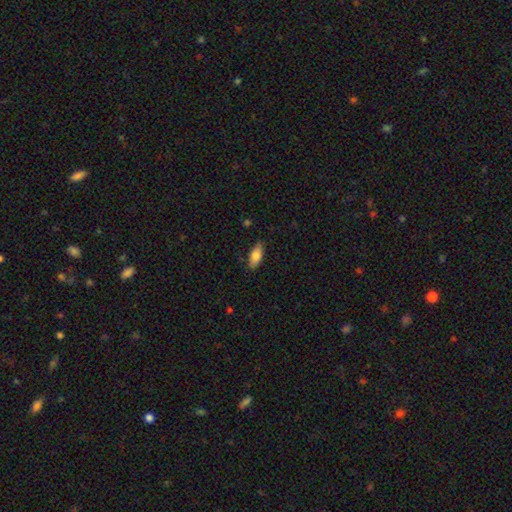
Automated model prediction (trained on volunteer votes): A smooth galaxy with no disk features (78%) that is in between round and cigar-shaped (80%).

Vote fractions:
- Smooth or featured? smooth: 78% / featured or disk: 15% / star or artifact: 6%
- How rounded? in between: 80% / cigar-shaped: 18% / round: 2%
- Merging? none: 85% / minor disturbance: 12% / major disturbance: 2% / merger: 1%